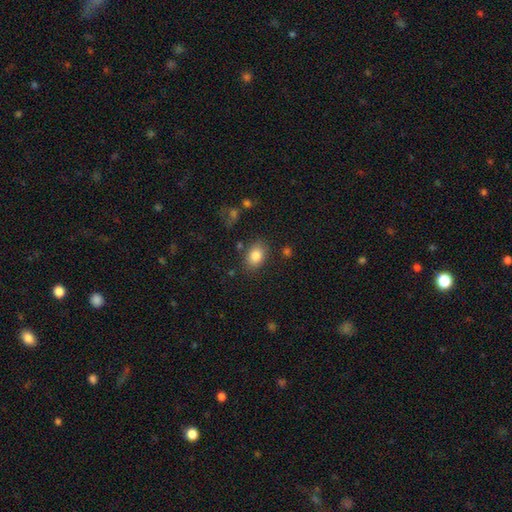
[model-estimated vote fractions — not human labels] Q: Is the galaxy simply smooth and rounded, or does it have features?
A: smooth — 83%.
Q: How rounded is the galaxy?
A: in between — 74%.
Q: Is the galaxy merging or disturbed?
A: none — 81%.